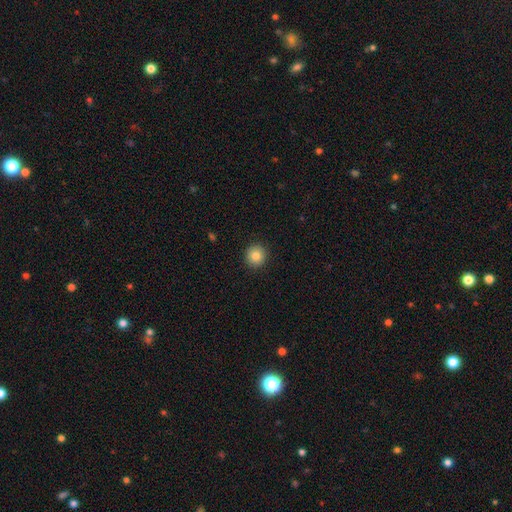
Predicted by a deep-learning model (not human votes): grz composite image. It shows a smooth galaxy with no disk features (84%) that is round (92%). Merging: none (92%).